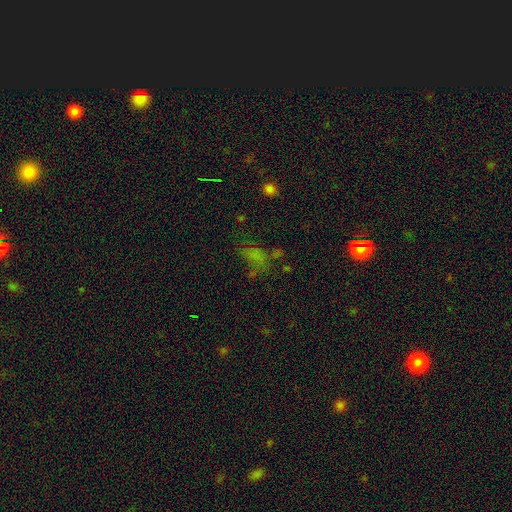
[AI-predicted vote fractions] Smooth or featured? Predicted: smooth (p=0.53). How rounded? Predicted: in between (p=0.77). Merging? Predicted: none (p=0.43).